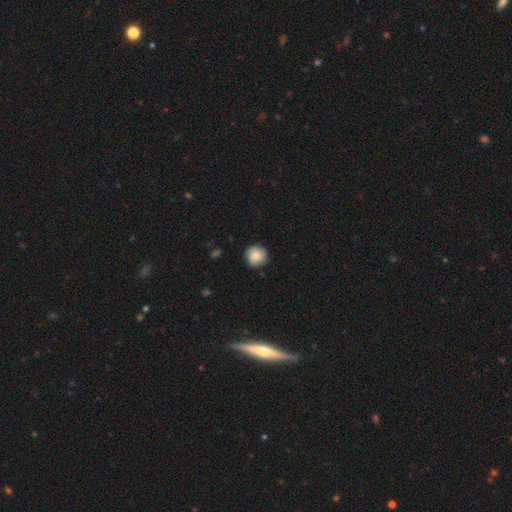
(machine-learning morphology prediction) Smooth or featured? smooth (81%)
How rounded? round (92%)
Merging? none (84%)